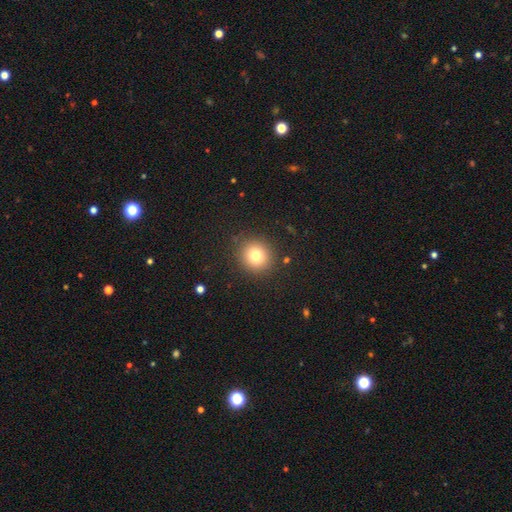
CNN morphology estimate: A smooth galaxy with no disk features (78%) that is round (90%).

Vote fractions:
- Smooth or featured? smooth: 78% / star or artifact: 13% / featured or disk: 9%
- How rounded? round: 90% / in between: 9% / cigar-shaped: 1%
- Merging? none: 89% / minor disturbance: 7% / major disturbance: 3% / merger: 1%